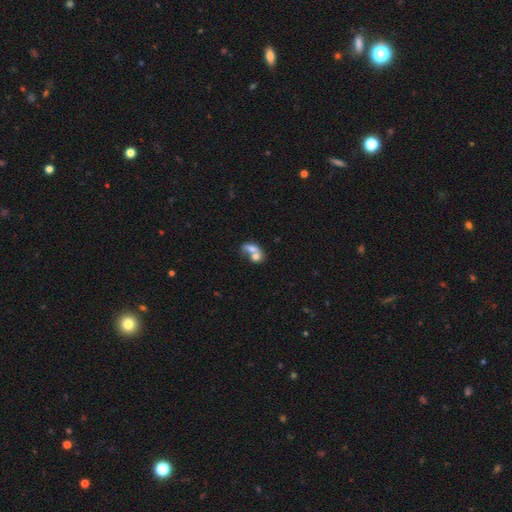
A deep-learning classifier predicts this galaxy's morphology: This appears to be a smooth galaxy with no disk features (65%) that is in between round and cigar-shaped (68%). Merging: merger (73%).